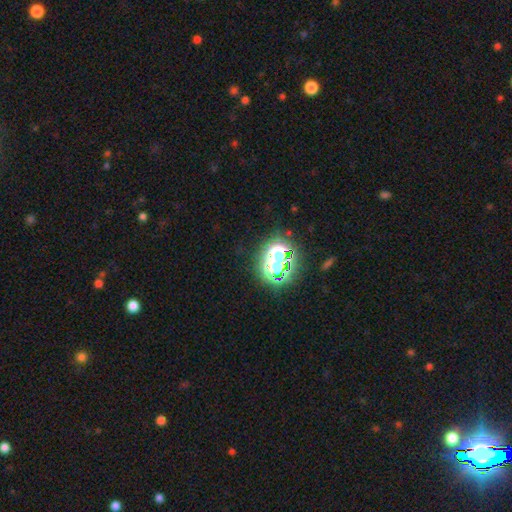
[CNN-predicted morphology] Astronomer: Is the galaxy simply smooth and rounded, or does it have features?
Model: star or artifact — 77%.